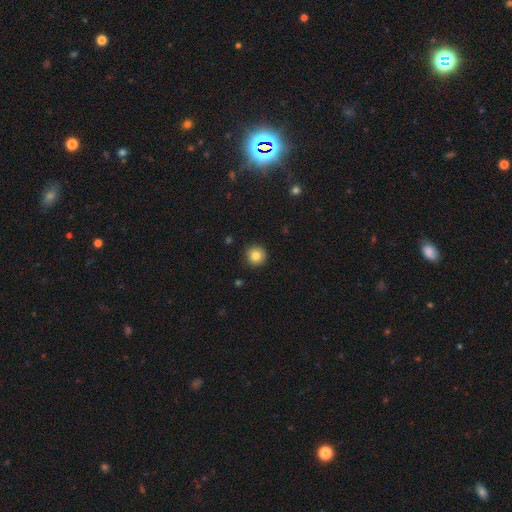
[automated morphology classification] smooth_or_featured: smooth (p=0.82) [alt: star or artifact p=0.10]
how_rounded: round (p=0.95) [alt: in between p=0.04]
merging: none (p=0.92) [alt: minor disturbance p=0.06]